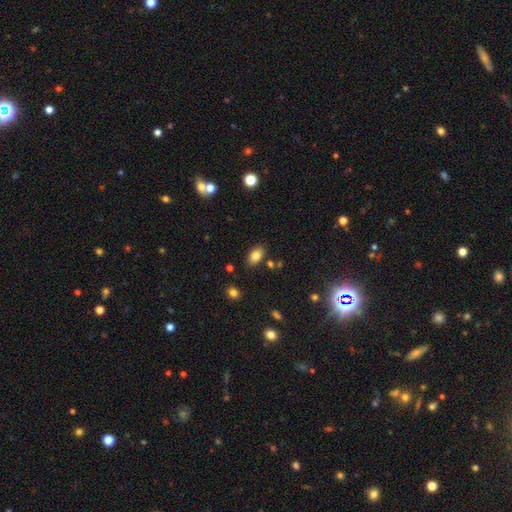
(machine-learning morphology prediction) smooth 81%, featured or disk 10%, star or artifact 9%. Down the decision tree: how rounded — in between (90%); merging — none (82%).